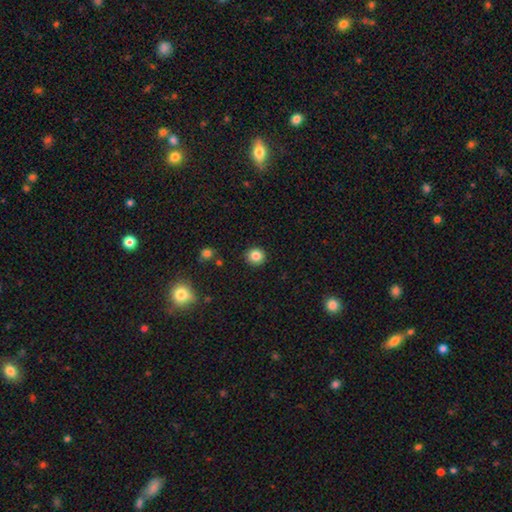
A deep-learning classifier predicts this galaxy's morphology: Smooth or featured?
  - smooth: 84% *
  - star or artifact: 11%
  - featured or disk: 5%
How rounded?
  - round: 91% *
  - in between: 8%
  - cigar-shaped: 1%
Merging?
  - none: 91% *
  - minor disturbance: 6%
  - major disturbance: 2%
  - merger: 1%